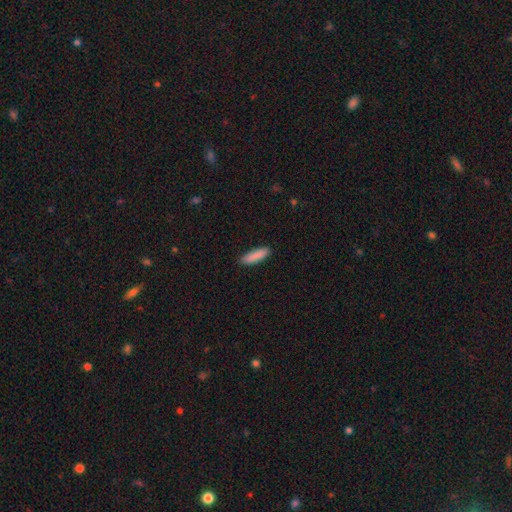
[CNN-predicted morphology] smooth-or-featured: smooth: 89% | star or artifact: 6% | featured or disk: 5%
  how-rounded: cigar-shaped: 68% | in between: 30% | round: 1%
  merging: none: 89% | minor disturbance: 9% | major disturbance: 2% | merger: 1%